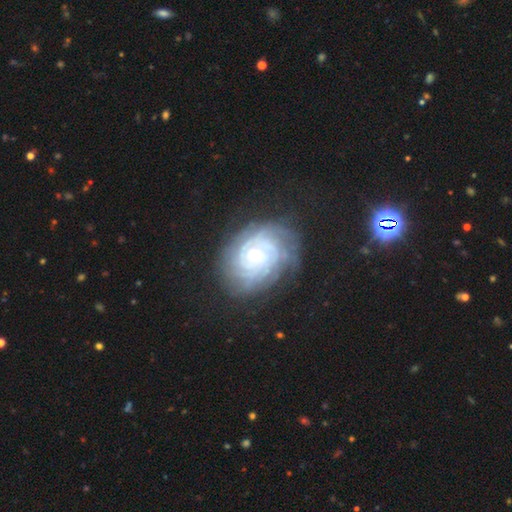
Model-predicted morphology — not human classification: Smooth or featured? Predicted: featured or disk (p=0.86). Edge-on disk? Predicted: no (p=0.97). Bar? Predicted: no (p=0.64). Spiral arms? Predicted: yes (p=0.96). Spiral winding? Predicted: tight (p=0.81). Spiral arm count? Predicted: can't tell (p=0.39). Bulge size? Predicted: moderate (p=0.53). Merging? Predicted: none (p=0.73).